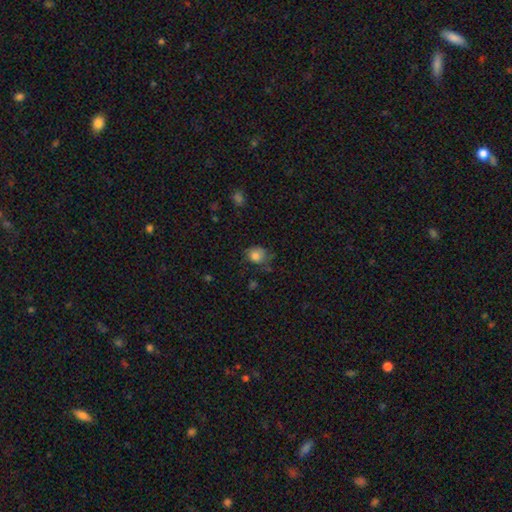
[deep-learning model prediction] This is clearly a smooth galaxy (82%). How rounded: likely round (66%). Merging: possibly none (57%).